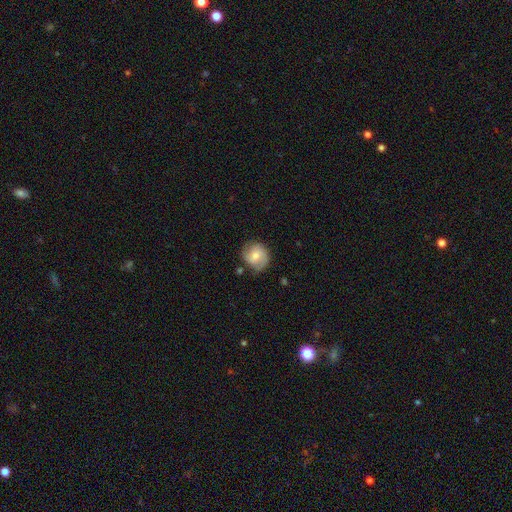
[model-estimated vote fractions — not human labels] A smooth galaxy with no disk features (53%) that is round (82%). Merging: none (70%).